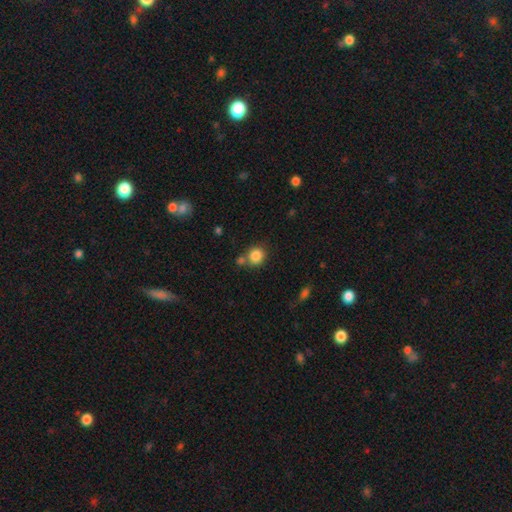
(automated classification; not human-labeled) smooth-or-featured: smooth: 85% | star or artifact: 10% | featured or disk: 5%
  how-rounded: round: 86% | in between: 13% | cigar-shaped: 1%
  merging: none: 66% | merger: 19% | minor disturbance: 10% | major disturbance: 4%